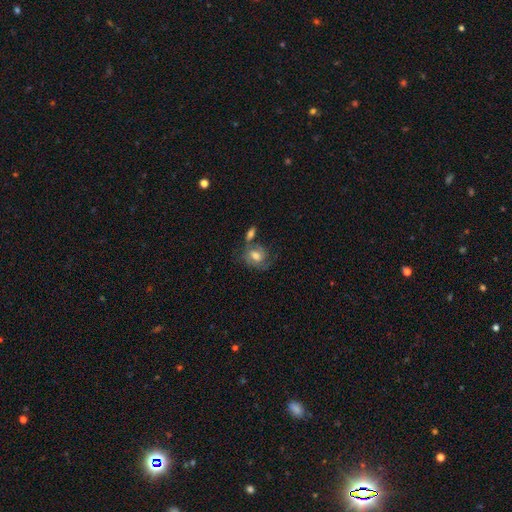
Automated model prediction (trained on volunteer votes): smooth 46%, featured or disk 45%, star or artifact 9%. Down the decision tree: merging — none (47%).